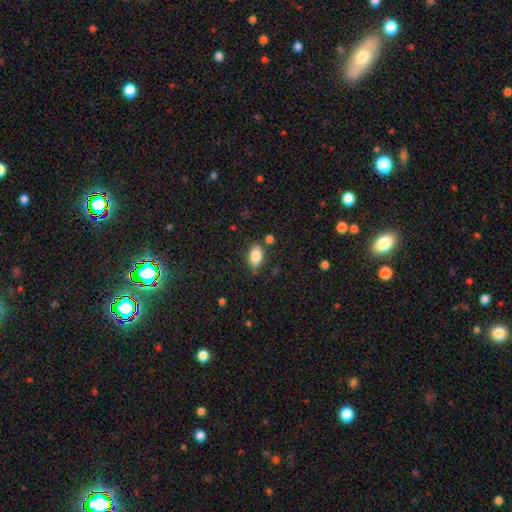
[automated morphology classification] Smooth or featured: smooth — 85% (star or artifact — 8%)
How rounded: in between — 90% (round — 8%)
Merging: none — 77% (minor disturbance — 14%)